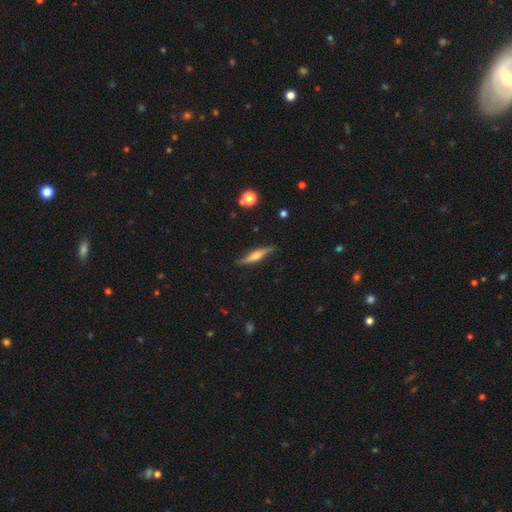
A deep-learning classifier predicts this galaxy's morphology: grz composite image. It shows a featured or disk galaxy (58%) viewed edge-on (93%) with a rounded central bulge (75%). Merging: none (82%).